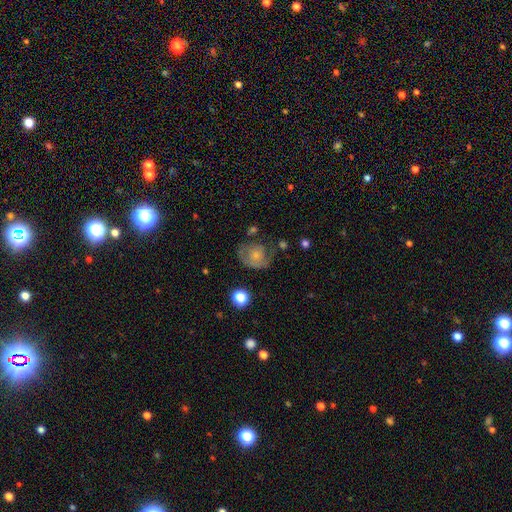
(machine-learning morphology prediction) This is possibly a smooth galaxy (52%). How rounded: possibly round (56%). Merging: marginally none (41%).